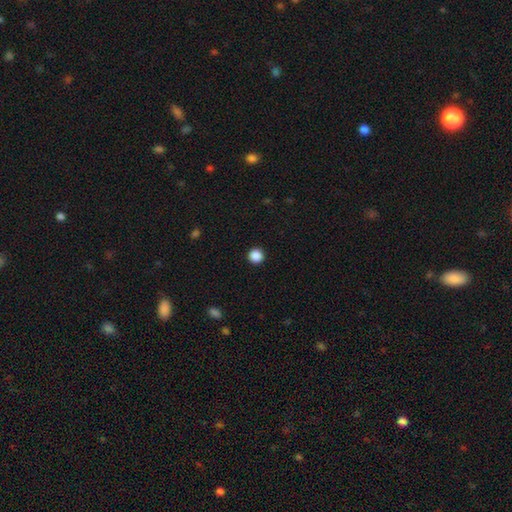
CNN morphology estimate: Smooth or featured? smooth (88%)
How rounded? round (95%)
Merging? none (93%)